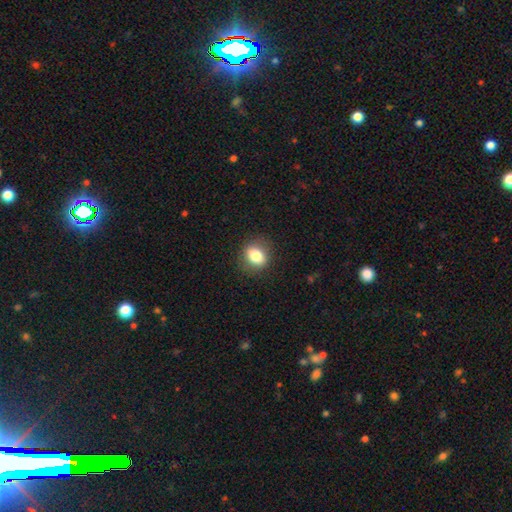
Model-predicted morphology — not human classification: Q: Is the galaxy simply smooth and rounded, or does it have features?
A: smooth — 81%.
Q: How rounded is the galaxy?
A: round — 56%.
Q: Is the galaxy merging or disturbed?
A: none — 86%.